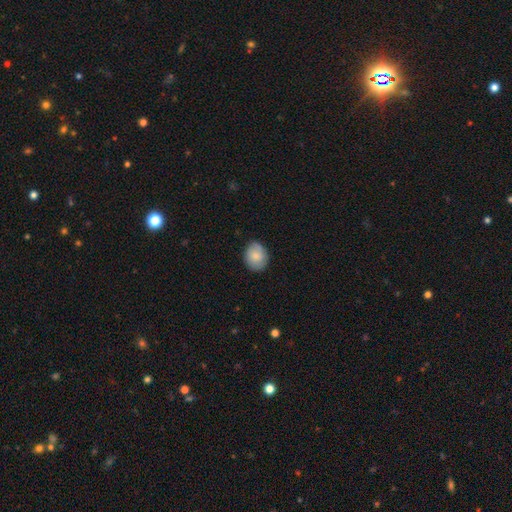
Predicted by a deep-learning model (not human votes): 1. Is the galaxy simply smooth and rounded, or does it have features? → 83% smooth, 10% featured or disk, 7% star or artifact.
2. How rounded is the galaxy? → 54% in between, 45% round, 1% cigar-shaped.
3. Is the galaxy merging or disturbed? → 80% none, 17% minor disturbance, 3% major disturbance, 1% merger.